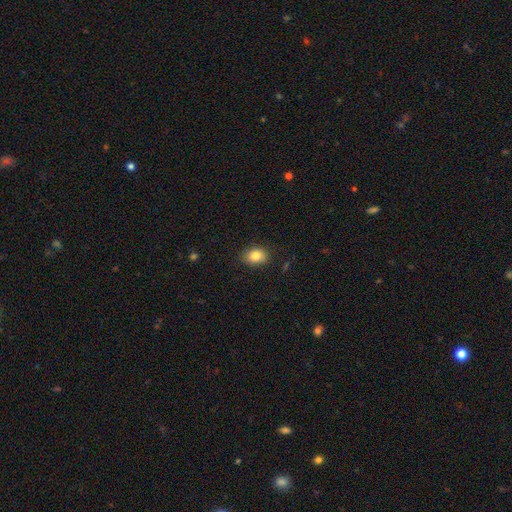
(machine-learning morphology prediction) Smooth or featured: smooth — 84% (star or artifact — 9%)
How rounded: in between — 66% (round — 33%)
Merging: none — 86% (minor disturbance — 11%)